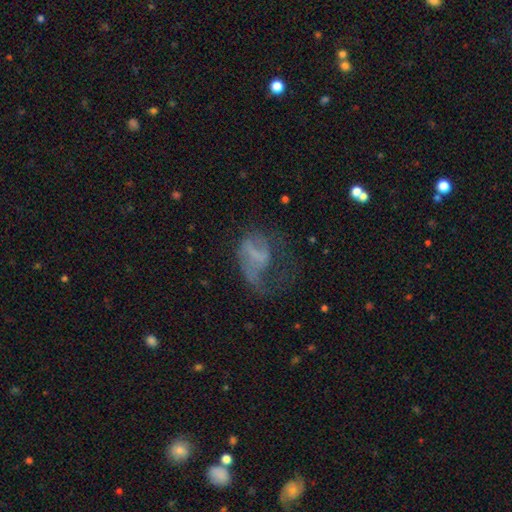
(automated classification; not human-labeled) Q: Smooth or featured?
A: featured or disk (51%); runner-up: smooth (34%)
Q: Edge-on disk?
A: no (96%); runner-up: yes (4%)
Q: Merging?
A: major disturbance (56%); runner-up: none (23%)